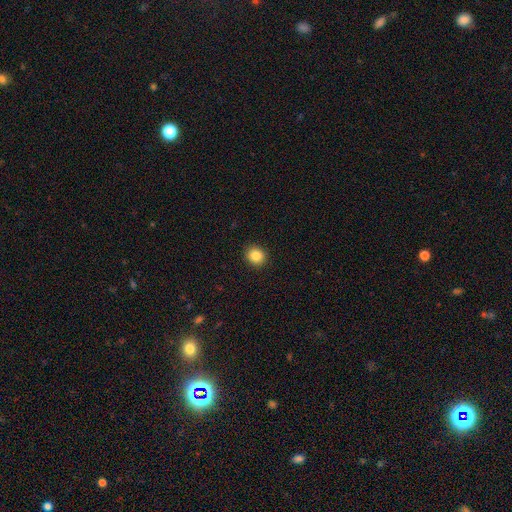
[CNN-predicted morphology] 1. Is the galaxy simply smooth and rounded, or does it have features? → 85% smooth, 10% star or artifact, 5% featured or disk.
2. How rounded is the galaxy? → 83% round, 16% in between, 1% cigar-shaped.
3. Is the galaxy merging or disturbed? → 92% none, 5% minor disturbance, 2% major disturbance, 1% merger.